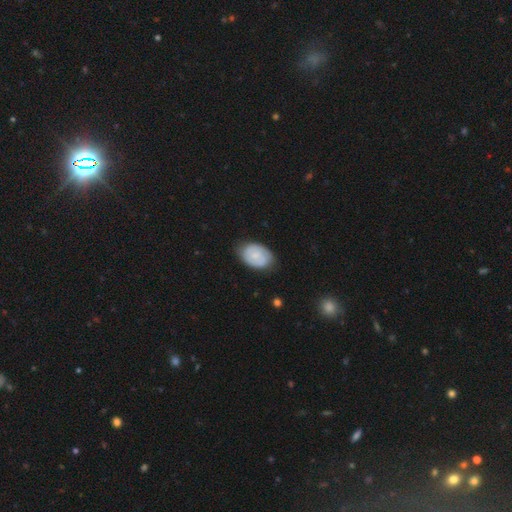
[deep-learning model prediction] Smooth or featured?
  - smooth: 58% *
  - featured or disk: 36%
  - star or artifact: 6%
How rounded?
  - in between: 83% *
  - round: 16%
  - cigar-shaped: 1%
Merging?
  - none: 75% *
  - minor disturbance: 20%
  - major disturbance: 4%
  - merger: 1%